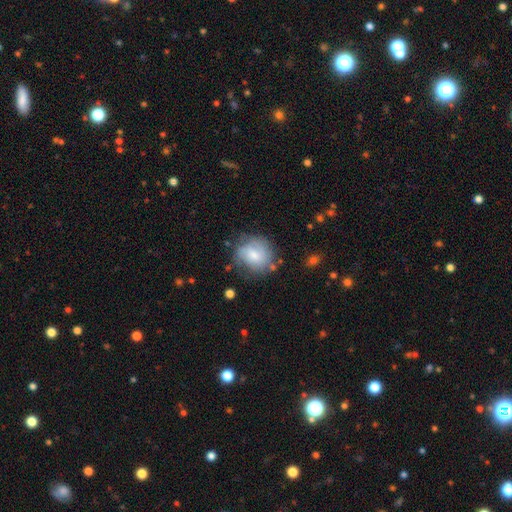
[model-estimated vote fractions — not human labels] This appears to be a smooth galaxy with no disk features (60%) that is round (75%). Merging: none (60%).